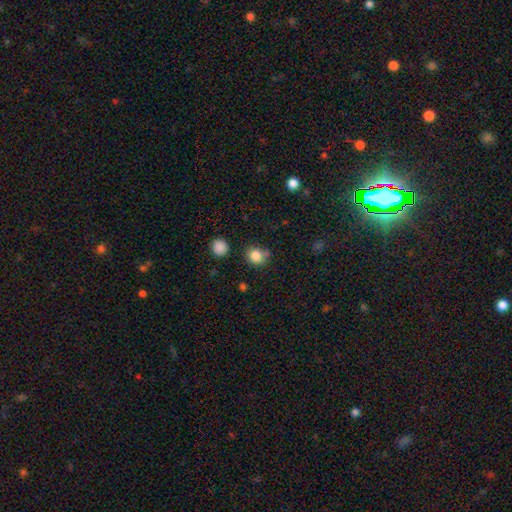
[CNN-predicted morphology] A smooth galaxy with no disk features (83%) that is round (82%). Merging: none (71%).